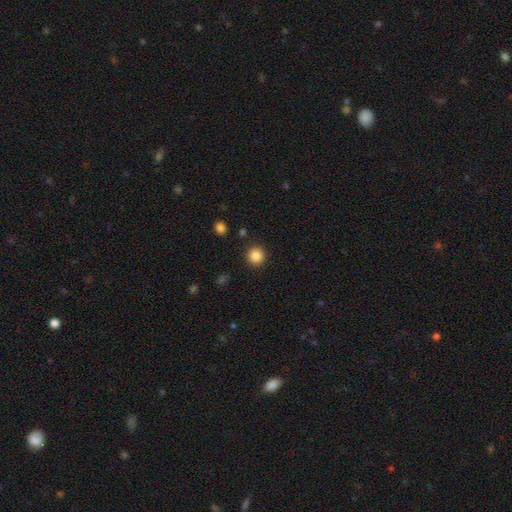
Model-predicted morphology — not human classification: Smooth or featured?
  - smooth: 86% *
  - star or artifact: 10%
  - featured or disk: 4%
How rounded?
  - round: 93% *
  - in between: 7%
  - cigar-shaped: 1%
Merging?
  - none: 91% *
  - minor disturbance: 6%
  - major disturbance: 2%
  - merger: 1%